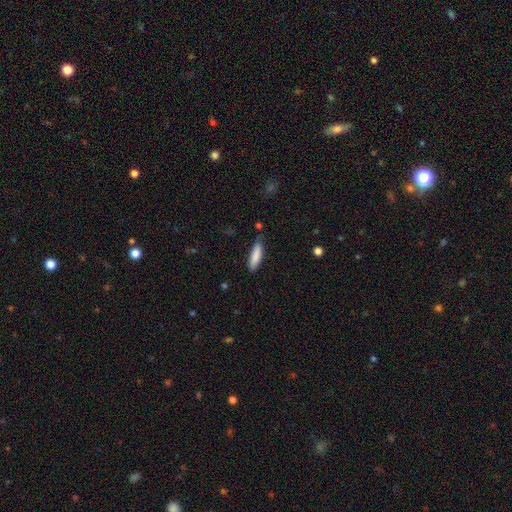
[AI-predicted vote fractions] Morphology: type=smooth (85%); roundness=cigar-shaped (62%); merging=none (73%).